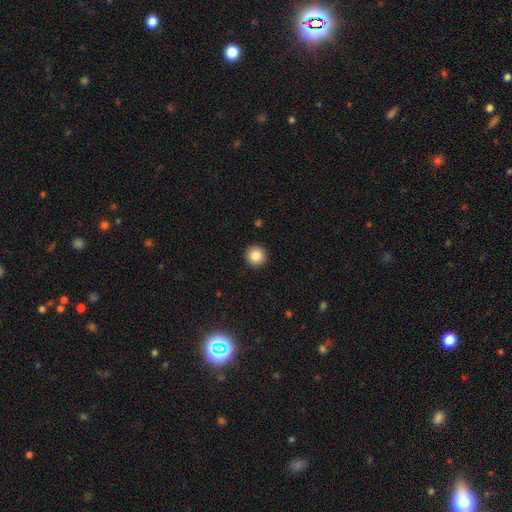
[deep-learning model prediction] A smooth galaxy with no disk features (85%) that is round (96%). Merging: none (93%).